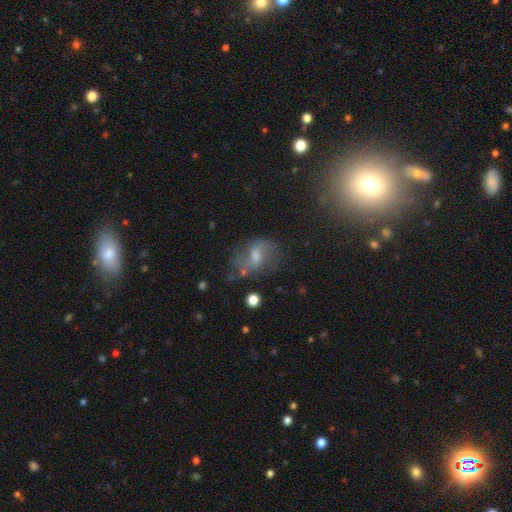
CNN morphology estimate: This appears to be a featured or disk galaxy (58%) with a weak bar (51%), spiral arms (79%) and a moderate central bulge (44%). Merging: none (58%).